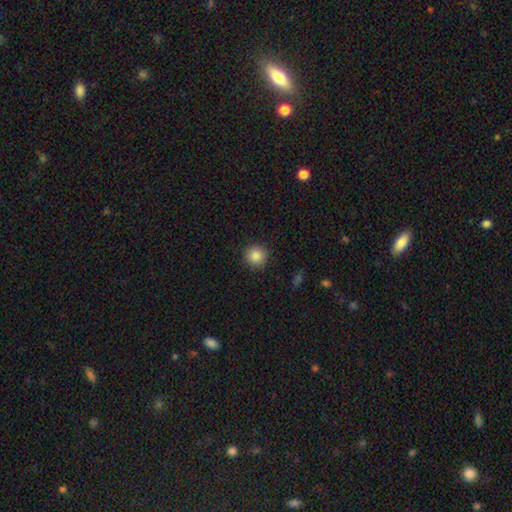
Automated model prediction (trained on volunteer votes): Q: Smooth or featured?
A: smooth (86%); runner-up: star or artifact (10%)
Q: How rounded?
A: round (94%); runner-up: in between (5%)
Q: Merging?
A: none (91%); runner-up: minor disturbance (6%)